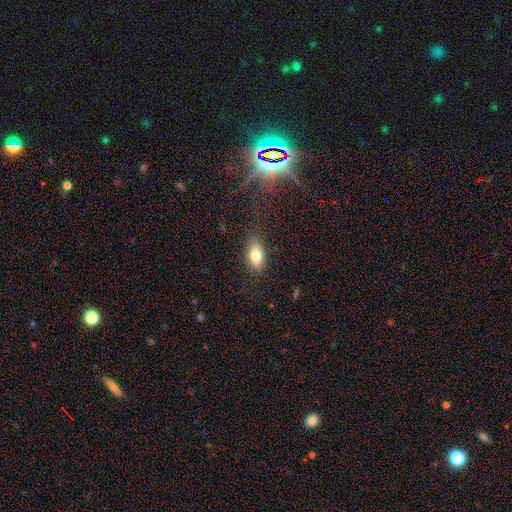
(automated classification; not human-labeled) Overall: smooth (78%). How rounded: in between (86%). Merging: none (80%).